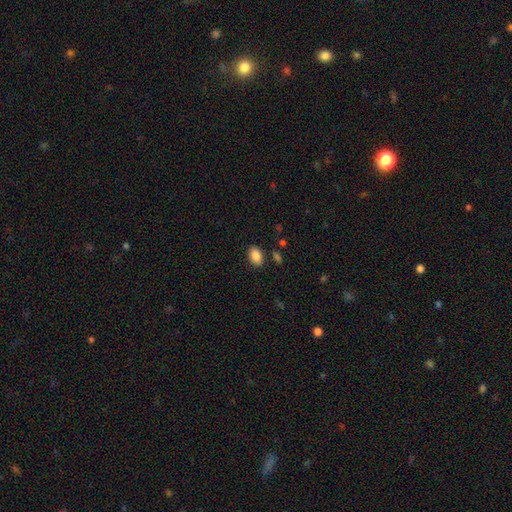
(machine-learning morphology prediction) smooth 87%, star or artifact 8%, featured or disk 5%. Down the decision tree: how rounded — in between (89%); merging — none (85%).